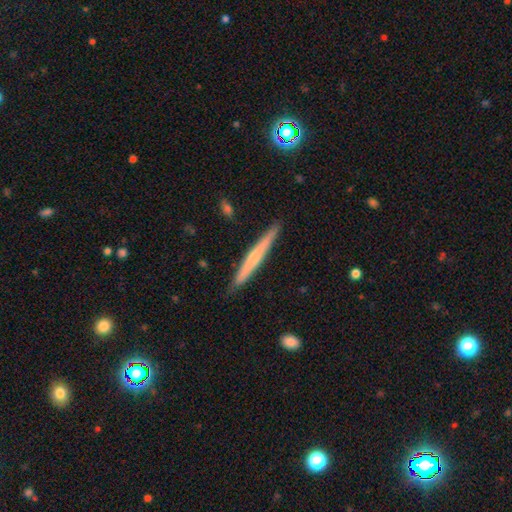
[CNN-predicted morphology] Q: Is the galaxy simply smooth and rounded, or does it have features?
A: featured or disk — 49%.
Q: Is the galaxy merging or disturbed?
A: none — 89%.